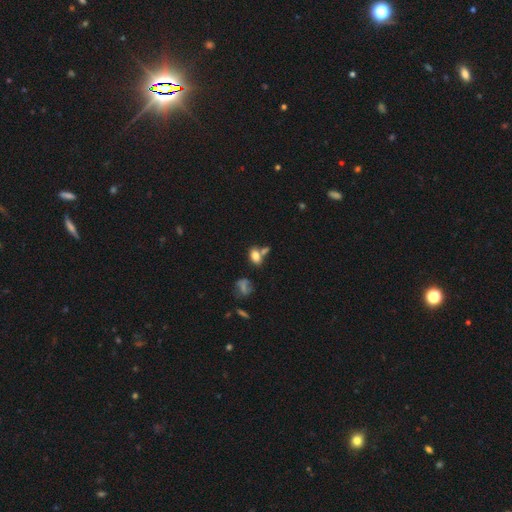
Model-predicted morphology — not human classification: A smooth galaxy with no disk features (76%) that is in between round and cigar-shaped (82%).

Vote fractions:
- Smooth or featured? smooth: 76% / featured or disk: 13% / star or artifact: 11%
- How rounded? in between: 82% / round: 14% / cigar-shaped: 4%
- Merging? none: 51% / merger: 31% / minor disturbance: 13% / major disturbance: 5%